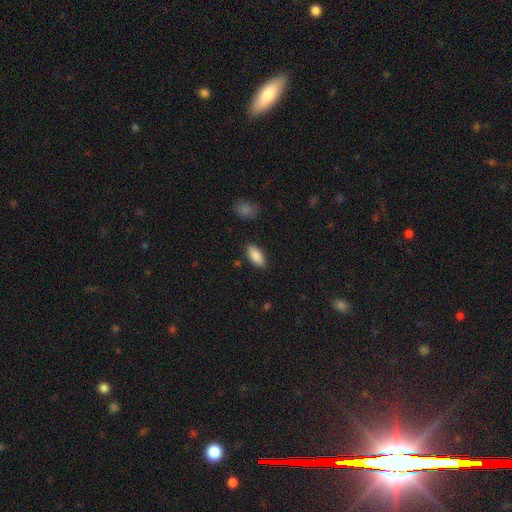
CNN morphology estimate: Smooth or featured?
  - smooth: 89% *
  - star or artifact: 6%
  - featured or disk: 5%
How rounded?
  - in between: 89% *
  - cigar-shaped: 9%
  - round: 2%
Merging?
  - none: 86% *
  - minor disturbance: 10%
  - major disturbance: 2%
  - merger: 2%